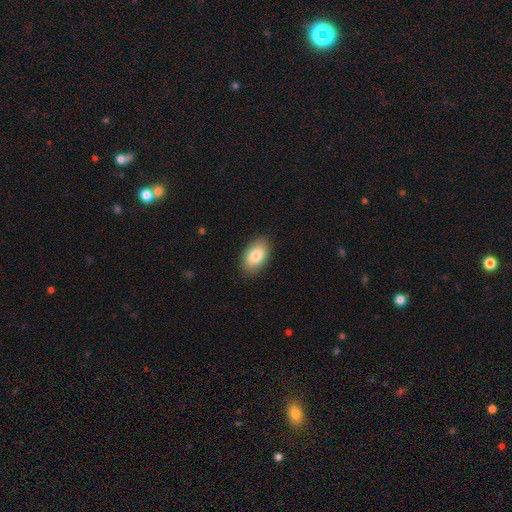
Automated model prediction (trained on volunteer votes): smooth-or-featured: smooth: 82% | featured or disk: 11% | star or artifact: 7%
  how-rounded: in between: 92% | round: 6% | cigar-shaped: 2%
  merging: none: 88% | minor disturbance: 9% | major disturbance: 2% | merger: 1%